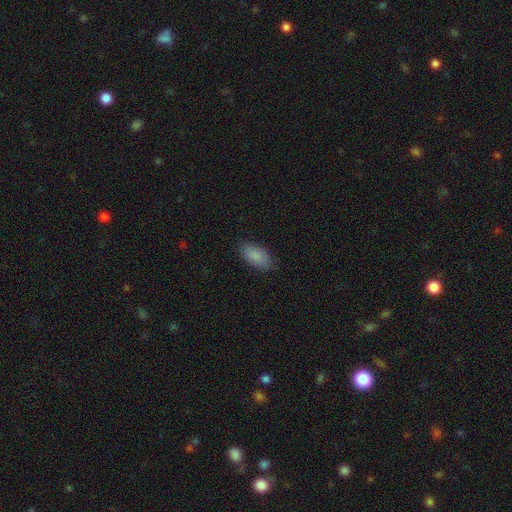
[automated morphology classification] This appears to be a smooth galaxy with no disk features (88%) that is in between round and cigar-shaped (92%). Merging: none (84%).